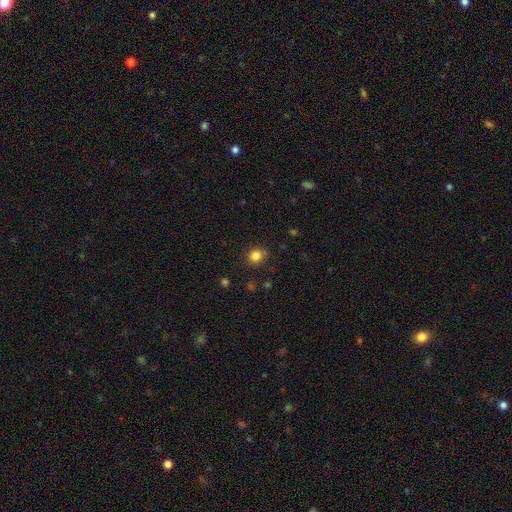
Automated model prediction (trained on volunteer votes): smooth-or-featured: smooth: 83% | star or artifact: 12% | featured or disk: 5%
  how-rounded: round: 82% | in between: 17% | cigar-shaped: 1%
  merging: none: 83% | minor disturbance: 12% | major disturbance: 3% | merger: 2%